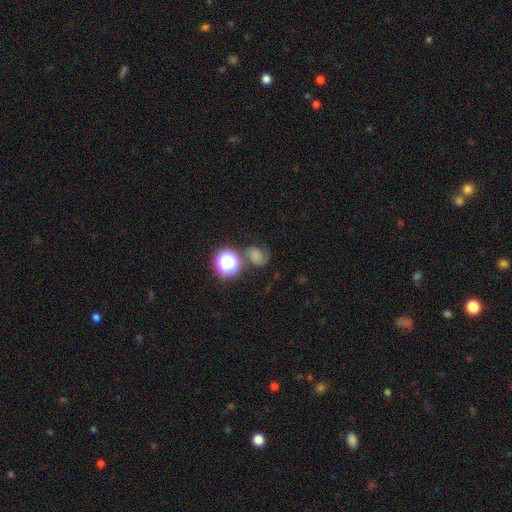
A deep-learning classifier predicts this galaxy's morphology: Q: Smooth or featured?
A: smooth (58%); runner-up: star or artifact (24%)
Q: How rounded?
A: round (61%); runner-up: in between (38%)
Q: Merging?
A: none (55%); runner-up: minor disturbance (20%)